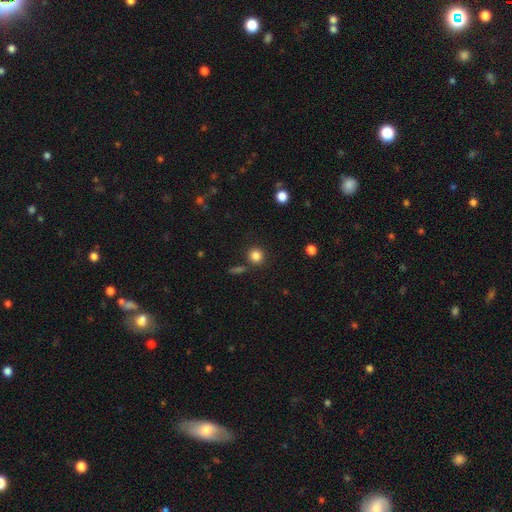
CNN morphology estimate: A smooth galaxy with no disk features (84%) that is round (90%). Merging: none (84%).